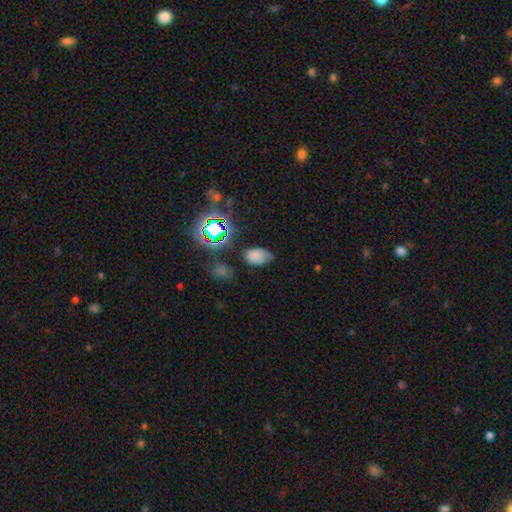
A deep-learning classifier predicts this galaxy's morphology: Q: Smooth or featured?
A: smooth (72%); runner-up: star or artifact (19%)
Q: How rounded?
A: in between (85%); runner-up: round (14%)
Q: Merging?
A: none (59%); runner-up: minor disturbance (29%)